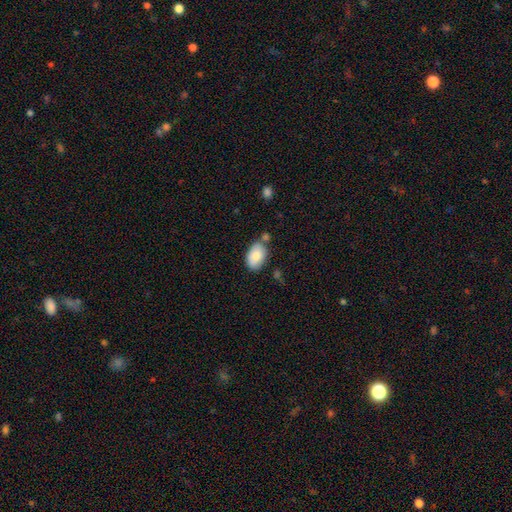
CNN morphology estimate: smooth 82%, featured or disk 11%, star or artifact 7%. Down the decision tree: how rounded — in between (92%); merging — none (63%).